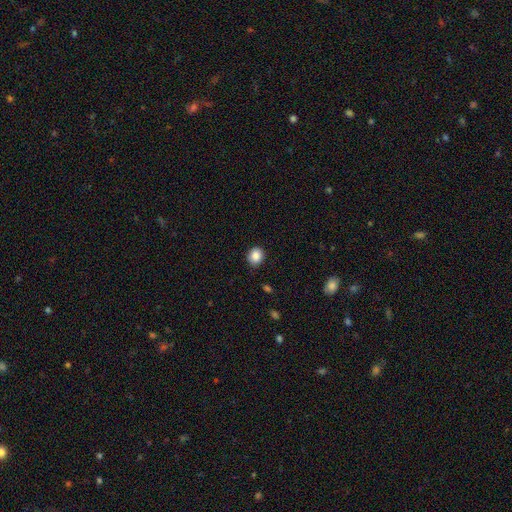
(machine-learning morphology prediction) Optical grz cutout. It shows a smooth galaxy with no disk features (87%) that is round (69%). Merging: none (87%).